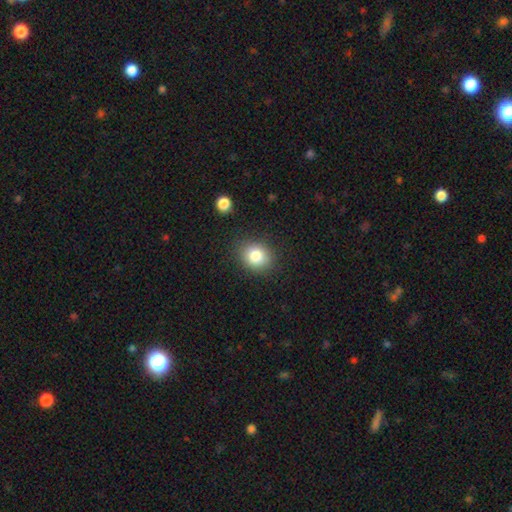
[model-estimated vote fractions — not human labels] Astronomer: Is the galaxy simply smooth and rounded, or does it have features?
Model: smooth — 81%.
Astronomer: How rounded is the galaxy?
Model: round — 67%.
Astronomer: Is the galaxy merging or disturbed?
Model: none — 86%.